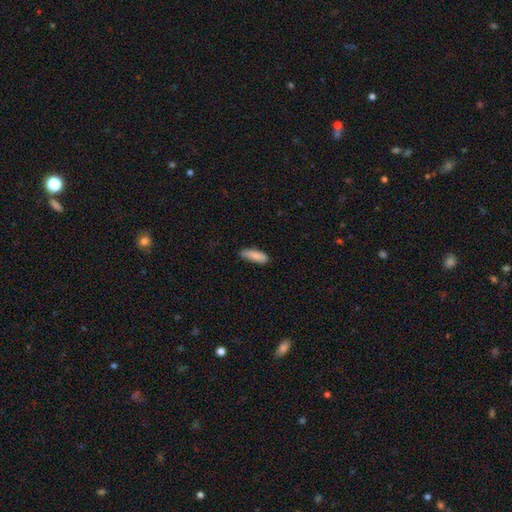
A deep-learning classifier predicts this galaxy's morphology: This is clearly a smooth galaxy (87%). How rounded: possibly in between (60%). Merging: likely none (73%).